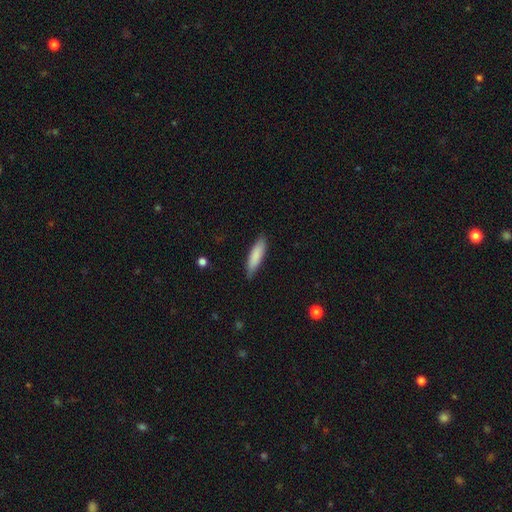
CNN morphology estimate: A smooth galaxy with no disk features (83%) that is cigar-shaped (66%).

Vote fractions:
- Smooth or featured? smooth: 83% / featured or disk: 11% / star or artifact: 5%
- How rounded? cigar-shaped: 66% / in between: 33% / round: 1%
- Merging? none: 79% / minor disturbance: 17% / major disturbance: 2% / merger: 1%